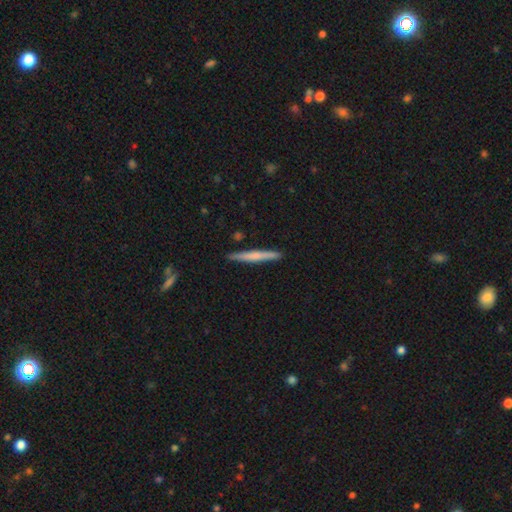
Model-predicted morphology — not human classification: type=smooth (55%); roundness=cigar-shaped (96%); merging=none (91%).